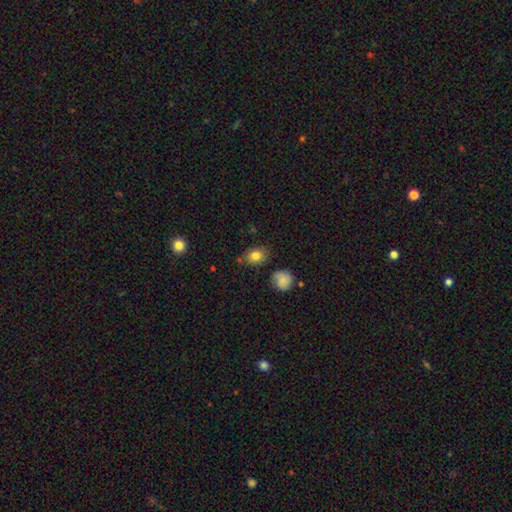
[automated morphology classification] Smooth or featured? Predicted: smooth (p=0.82). How rounded? Predicted: in between (p=0.56). Merging? Predicted: none (p=0.77).